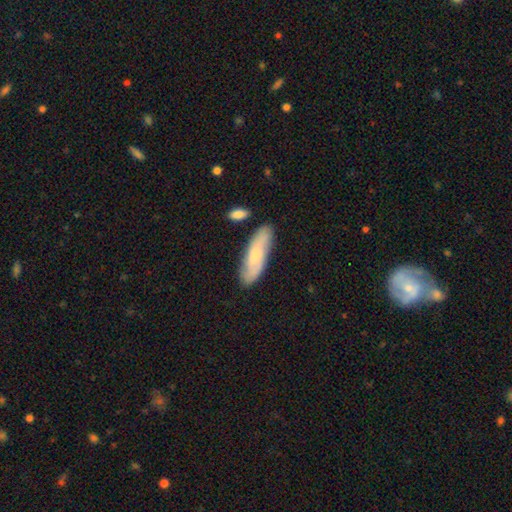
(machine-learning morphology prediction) A smooth galaxy with no disk features (58%) that is cigar-shaped (52%). Merging: none (78%).